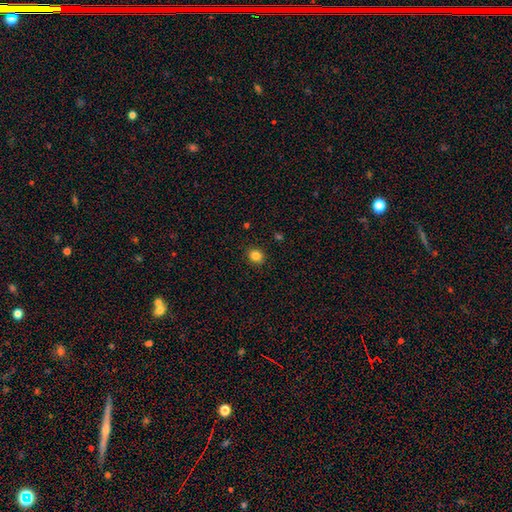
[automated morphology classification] This appears to be a smooth galaxy with no disk features (84%) that is round (67%). Merging: none (90%).